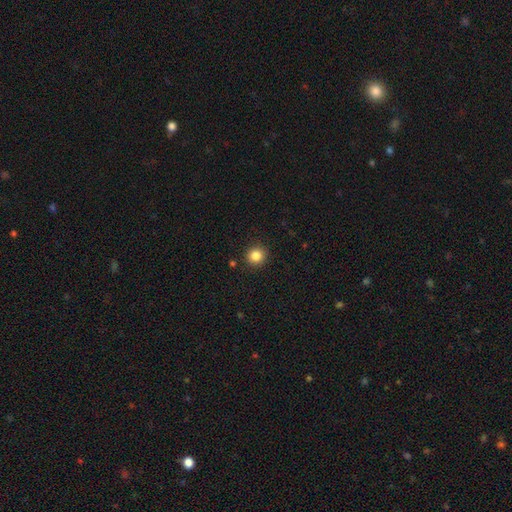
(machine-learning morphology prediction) A smooth galaxy with no disk features (85%) that is round (92%). Merging: none (91%).